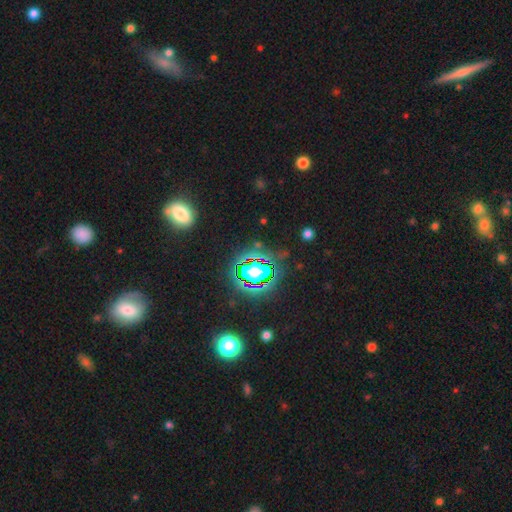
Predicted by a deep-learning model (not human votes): This is likely a star or artifact rather than a galaxy (76%).